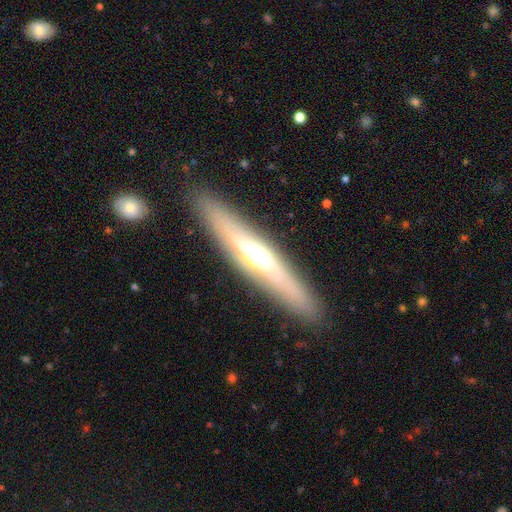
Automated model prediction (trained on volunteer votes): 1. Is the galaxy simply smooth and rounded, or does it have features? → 62% featured or disk, 31% smooth, 6% star or artifact.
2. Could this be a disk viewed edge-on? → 81% yes, 19% no.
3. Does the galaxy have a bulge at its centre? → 78% rounded, 16% none, 6% boxy.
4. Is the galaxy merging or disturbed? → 86% none, 9% minor disturbance, 2% major disturbance, 2% merger.